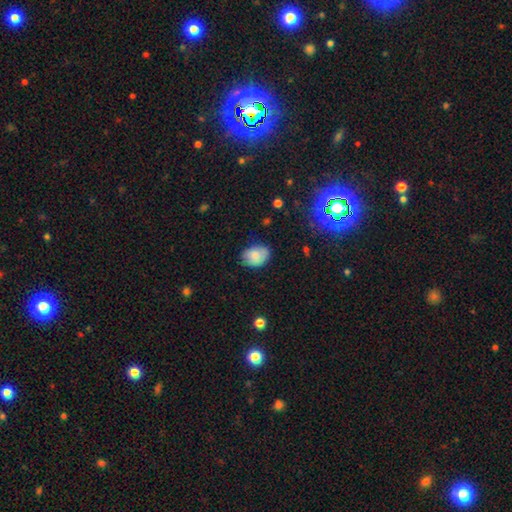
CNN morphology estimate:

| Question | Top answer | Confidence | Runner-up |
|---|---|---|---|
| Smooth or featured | smooth | 79% | featured or disk (12%) |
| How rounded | in between | 73% | round (26%) |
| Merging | none | 72% | minor disturbance (22%) |